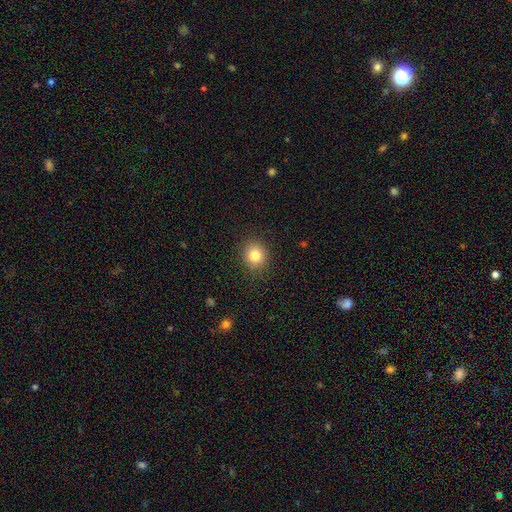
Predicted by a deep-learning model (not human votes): A smooth galaxy with no disk features (81%) that is round (80%).

Vote fractions:
- Smooth or featured? smooth: 81% / star or artifact: 12% / featured or disk: 8%
- How rounded? round: 80% / in between: 19% / cigar-shaped: 1%
- Merging? none: 89% / minor disturbance: 7% / major disturbance: 2% / merger: 1%